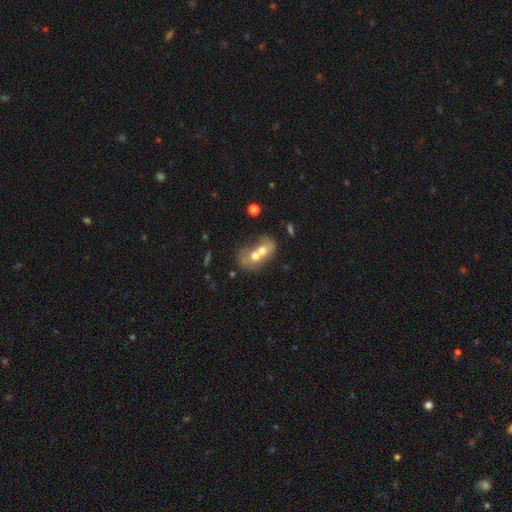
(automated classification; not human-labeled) This is possibly a smooth galaxy (57%). How rounded: possibly in between (58%). Merging: likely merger (76%).